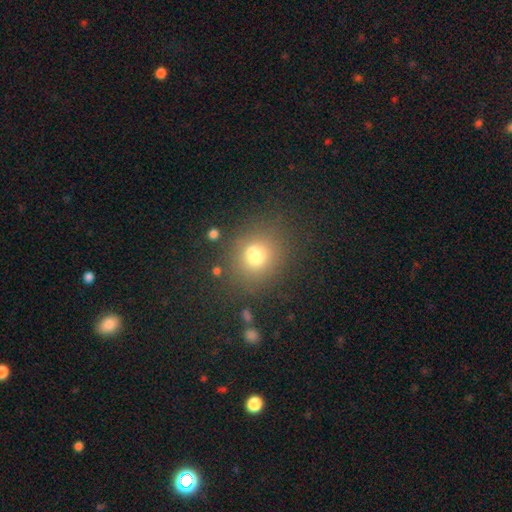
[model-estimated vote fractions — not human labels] Smooth or featured?
  - smooth: 70% *
  - star or artifact: 16%
  - featured or disk: 14%
How rounded?
  - round: 72% *
  - in between: 27%
  - cigar-shaped: 1%
Merging?
  - none: 63% *
  - merger: 18%
  - minor disturbance: 13%
  - major disturbance: 6%